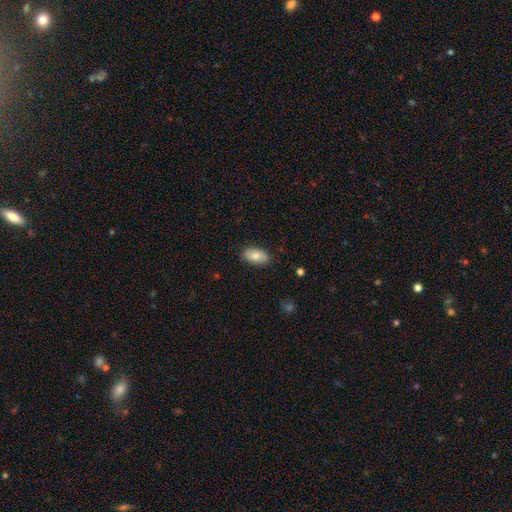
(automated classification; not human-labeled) smooth_or_featured: smooth (p=0.83) [alt: featured or disk p=0.10]
how_rounded: in between (p=0.93) [alt: round p=0.04]
merging: none (p=0.85) [alt: minor disturbance p=0.11]